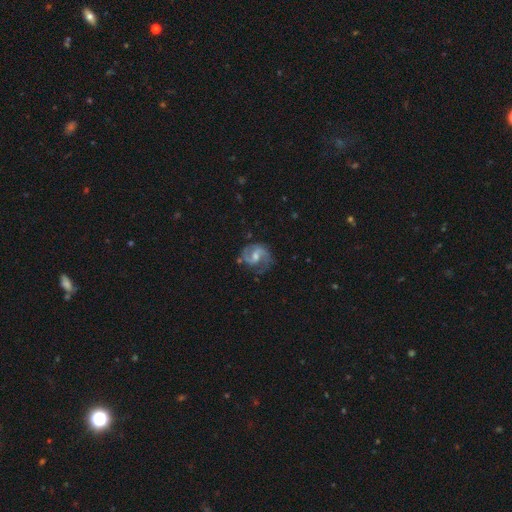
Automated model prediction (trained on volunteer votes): A featured or disk galaxy (85%) with a weak bar (56%), 2 (87%) medium (56%) spiral arms (96%) and a moderate central bulge (53%).

Vote fractions:
- Smooth or featured? featured or disk: 85% / smooth: 9% / star or artifact: 6%
- Edge-on disk? no: 98% / yes: 2%
- Bar? weak: 56% / no: 29% / strong: 15%
- Spiral arms? yes: 96% / no: 4%
- Spiral winding? medium: 56% / loose: 24% / tight: 20%
- Spiral arm count? 2: 87% / can't tell: 5% / 1: 4% / 3: 2% / 4: 1% / more than 4: 1%
- Bulge size? moderate: 53% / small: 35% / none: 6% / large: 5% / dominant: 1%
- Merging? none: 68% / minor disturbance: 20% / major disturbance: 10% / merger: 3%